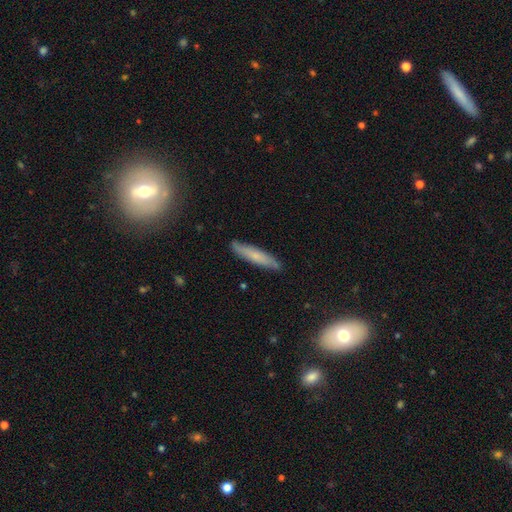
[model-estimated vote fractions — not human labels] smooth-or-featured: smooth: 63% | featured or disk: 30% | star or artifact: 7%
  how-rounded: cigar-shaped: 89% | in between: 9% | round: 2%
  merging: none: 86% | minor disturbance: 11% | major disturbance: 2% | merger: 1%